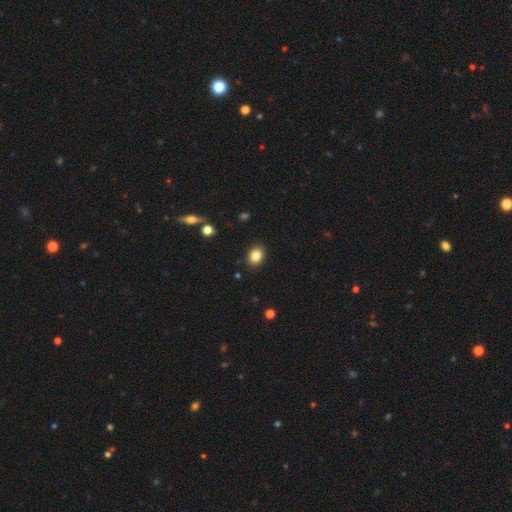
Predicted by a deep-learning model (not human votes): This is clearly a smooth galaxy (84%). How rounded: possibly in between (58%). Merging: clearly none (89%).